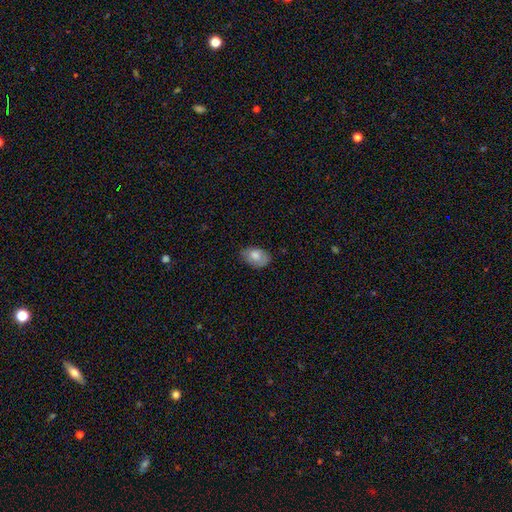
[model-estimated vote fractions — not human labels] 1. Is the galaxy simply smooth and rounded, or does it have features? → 77% smooth, 16% featured or disk, 7% star or artifact.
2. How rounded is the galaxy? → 88% in between, 11% round, 1% cigar-shaped.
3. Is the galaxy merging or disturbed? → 71% none, 23% minor disturbance, 4% major disturbance, 1% merger.